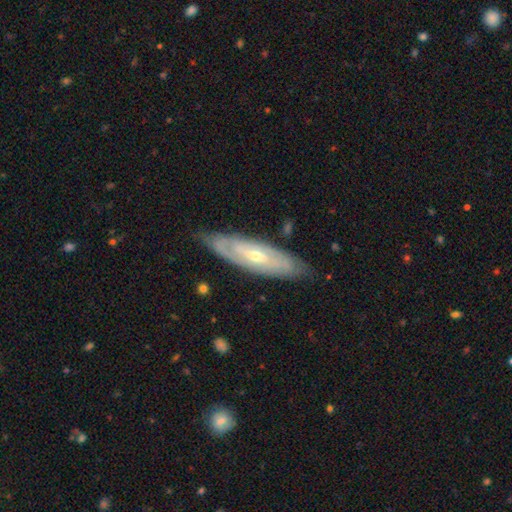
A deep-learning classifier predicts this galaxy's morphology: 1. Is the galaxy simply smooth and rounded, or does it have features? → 77% featured or disk, 18% smooth, 5% star or artifact.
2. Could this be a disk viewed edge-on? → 76% no, 24% yes.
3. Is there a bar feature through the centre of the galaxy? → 42% no, 41% weak, 17% strong.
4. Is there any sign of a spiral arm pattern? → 80% yes, 20% no.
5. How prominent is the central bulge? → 49% moderate, 47% small, 2% large, 1% none, 1% dominant.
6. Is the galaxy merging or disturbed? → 80% none, 16% minor disturbance, 3% major disturbance, 1% merger.